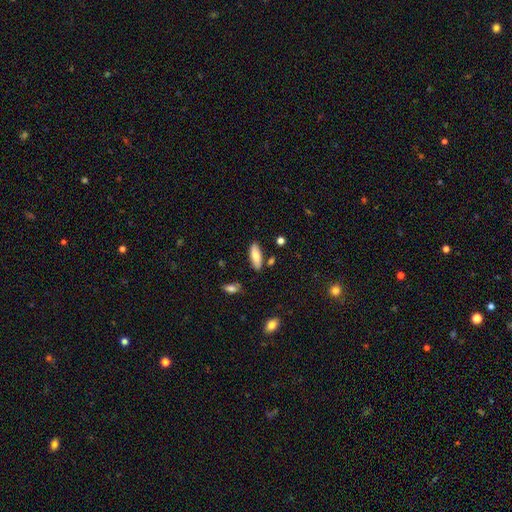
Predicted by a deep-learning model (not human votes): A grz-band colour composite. It shows a smooth galaxy with no disk features (76%) that is in between round and cigar-shaped (65%). Merging: none (80%).